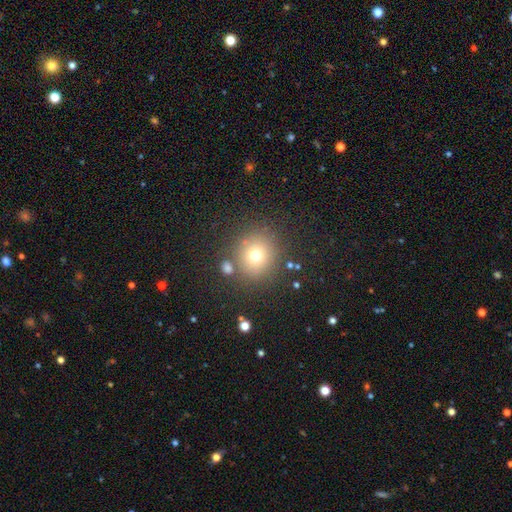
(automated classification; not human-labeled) Smooth or featured: smooth — 70% (star or artifact — 17%)
How rounded: round — 90% (in between — 9%)
Merging: none — 81% (minor disturbance — 9%)